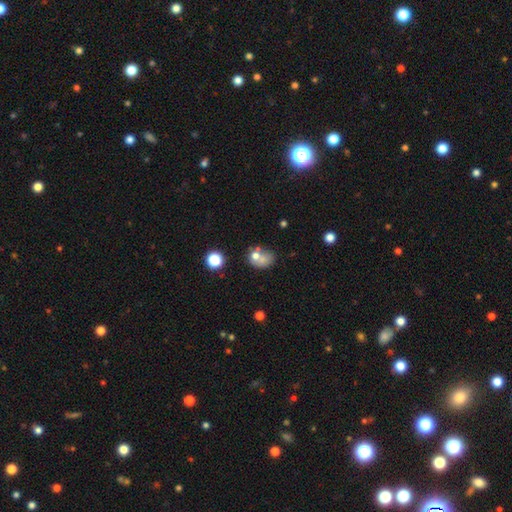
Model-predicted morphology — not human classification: smooth_or_featured: smooth (p=0.66) [alt: featured or disk p=0.21]
how_rounded: in between (p=0.53) [alt: round p=0.46]
merging: none (p=0.34) [alt: merger p=0.33]